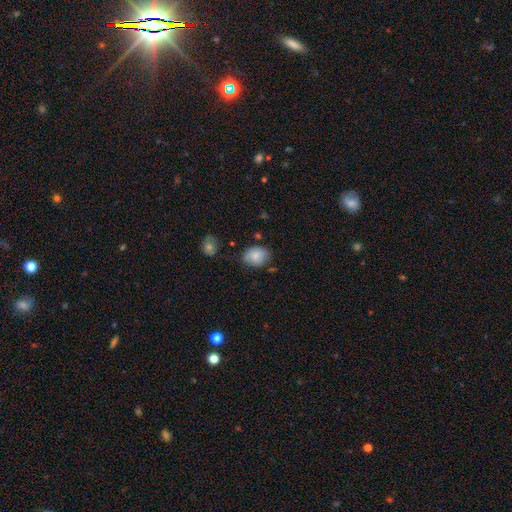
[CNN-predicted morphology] type=smooth (81%); roundness=in between (58%); merging=none (68%).